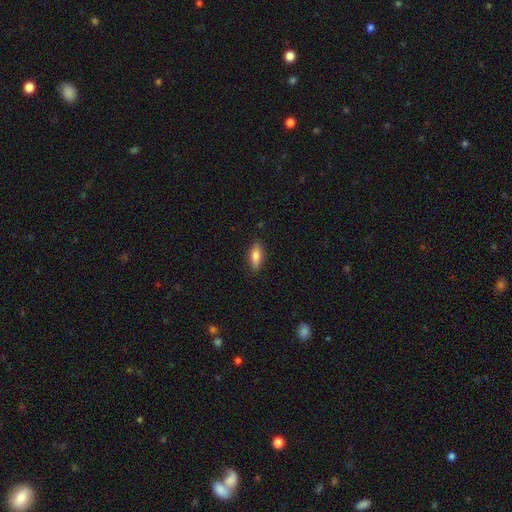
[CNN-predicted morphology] Q: Smooth or featured?
A: smooth (76%); runner-up: featured or disk (17%)
Q: How rounded?
A: in between (69%); runner-up: cigar-shaped (28%)
Q: Merging?
A: none (86%); runner-up: minor disturbance (11%)